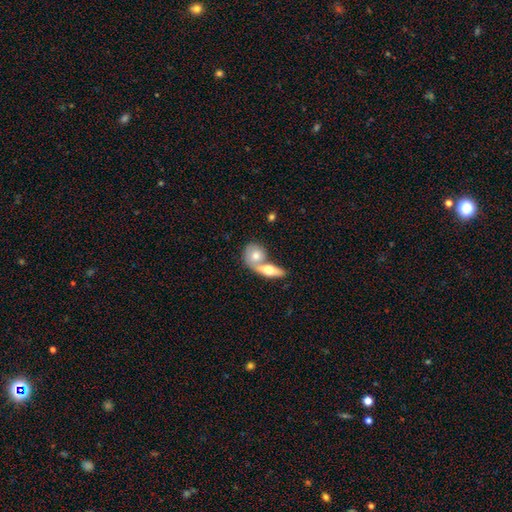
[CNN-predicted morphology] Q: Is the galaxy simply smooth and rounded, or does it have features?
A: smooth — 64%.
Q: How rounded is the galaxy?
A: in between — 51%.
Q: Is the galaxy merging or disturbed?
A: merger — 62%.